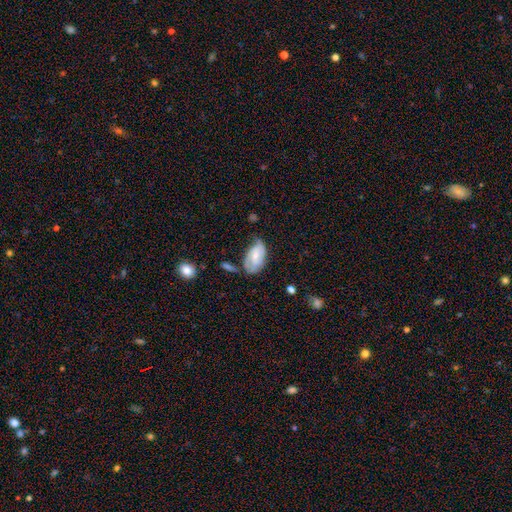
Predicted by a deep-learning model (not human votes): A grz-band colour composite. It shows a featured or disk galaxy (55%) with no bar (55%), spiral arms (80%) and a small central bulge (51%). Merging: none (44%).